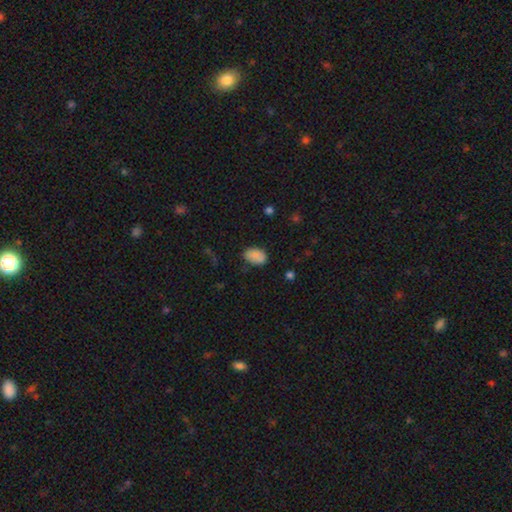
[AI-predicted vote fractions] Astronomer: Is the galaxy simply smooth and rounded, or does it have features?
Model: smooth — 86%.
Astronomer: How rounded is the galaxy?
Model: in between — 88%.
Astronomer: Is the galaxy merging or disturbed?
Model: none — 75%.